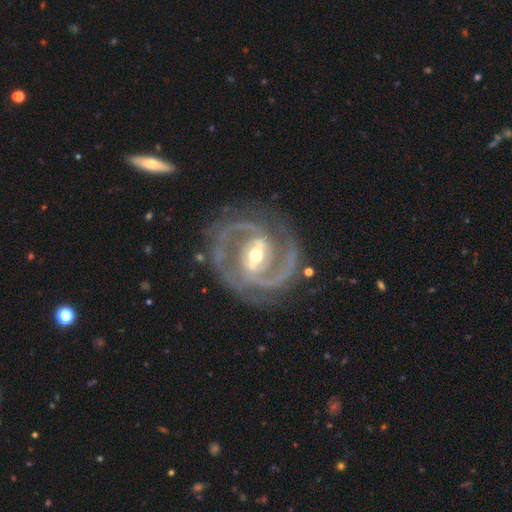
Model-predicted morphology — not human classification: Smooth or featured? featured or disk (92%)
Edge-on disk? no (97%)
Bar? strong (49%)
Spiral arms? yes (98%)
Spiral winding? medium (48%)
Spiral arm count? 2 (81%)
Bulge size? moderate (59%)
Merging? none (78%)